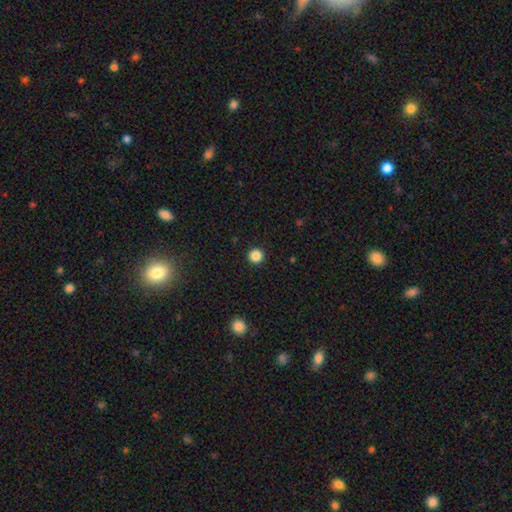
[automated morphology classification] A smooth galaxy with no disk features (86%) that is round (96%).

Vote fractions:
- Smooth or featured? smooth: 86% / star or artifact: 11% / featured or disk: 3%
- How rounded? round: 96% / in between: 3% / cigar-shaped: 1%
- Merging? none: 94% / minor disturbance: 4% / major disturbance: 1% / merger: 1%